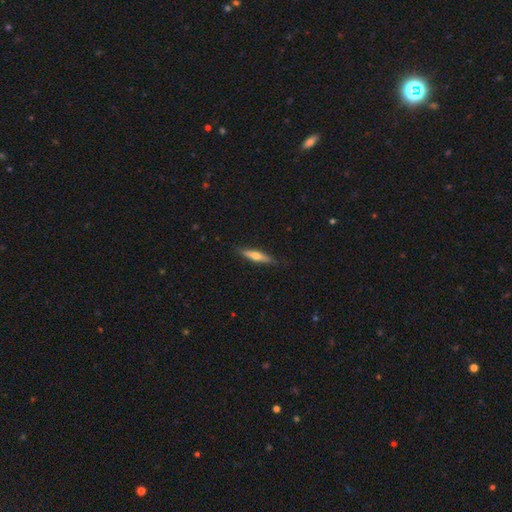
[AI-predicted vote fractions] Morphology: type=featured or disk (49%); merging=none (86%).